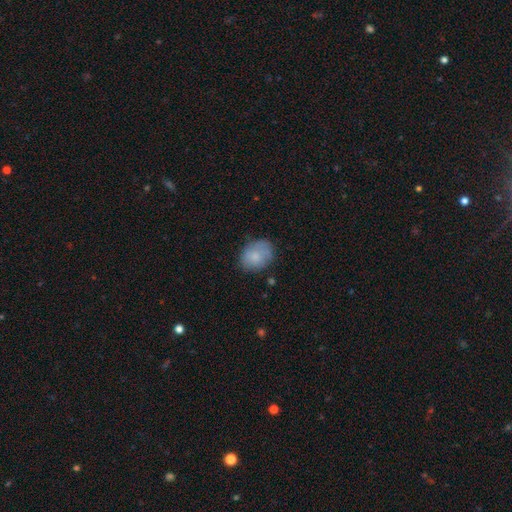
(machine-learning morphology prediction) smooth_or_featured: smooth (p=0.72) [alt: featured or disk p=0.20]
how_rounded: in between (p=0.55) [alt: round p=0.44]
merging: none (p=0.65) [alt: minor disturbance p=0.25]